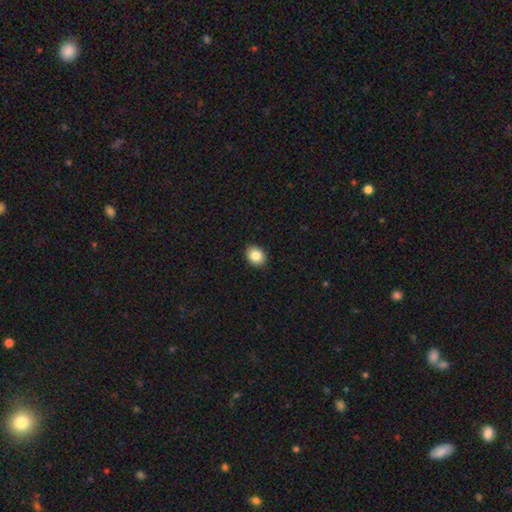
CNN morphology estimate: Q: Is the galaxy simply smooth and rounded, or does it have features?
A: smooth — 85%.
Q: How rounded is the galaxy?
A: in between — 52%.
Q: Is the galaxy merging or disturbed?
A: none — 90%.